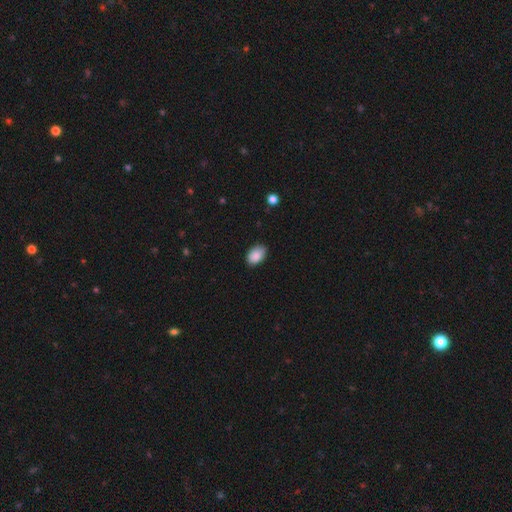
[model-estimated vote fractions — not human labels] Smooth or featured?
  - smooth: 88% *
  - star or artifact: 7%
  - featured or disk: 5%
How rounded?
  - in between: 88% *
  - round: 11%
  - cigar-shaped: 1%
Merging?
  - none: 79% *
  - minor disturbance: 17%
  - major disturbance: 2%
  - merger: 1%